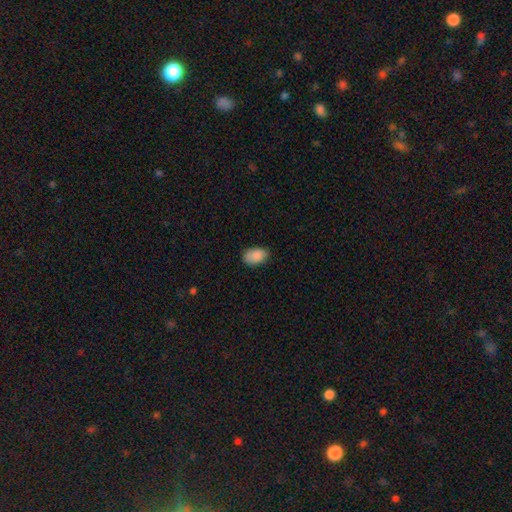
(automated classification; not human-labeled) A smooth galaxy with no disk features (89%) that is in between round and cigar-shaped (91%). Merging: none (81%).